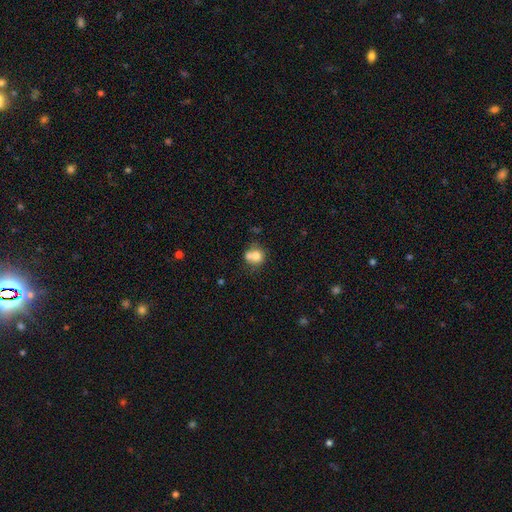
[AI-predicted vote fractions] Smooth or featured? smooth (72%)
How rounded? round (76%)
Merging? merger (45%)